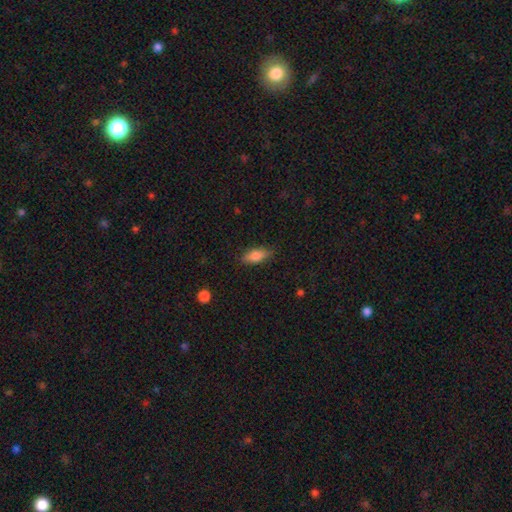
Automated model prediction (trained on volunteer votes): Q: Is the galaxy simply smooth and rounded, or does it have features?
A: smooth — 80%.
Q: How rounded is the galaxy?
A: in between — 78%.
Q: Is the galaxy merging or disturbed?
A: none — 84%.